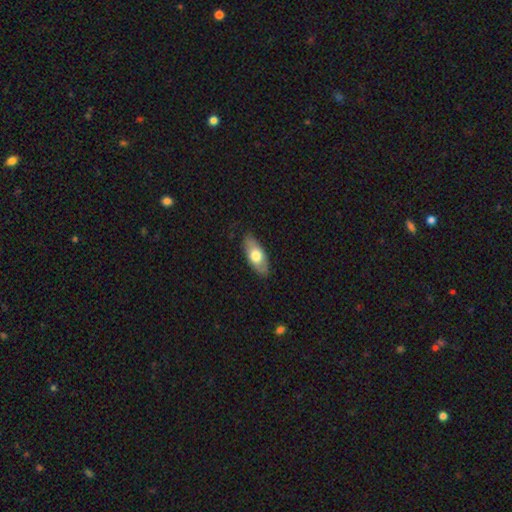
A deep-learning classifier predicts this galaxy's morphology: A smooth galaxy with no disk features (63%) that is in between round and cigar-shaped (84%).

Vote fractions:
- Smooth or featured? smooth: 63% / featured or disk: 31% / star or artifact: 5%
- How rounded? in between: 84% / cigar-shaped: 13% / round: 3%
- Merging? none: 83% / minor disturbance: 14% / major disturbance: 3% / merger: 1%